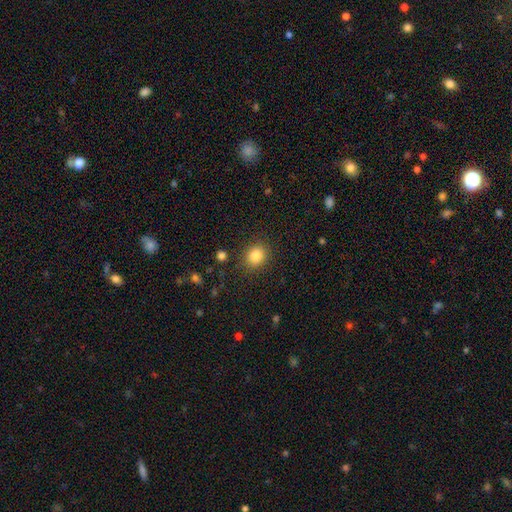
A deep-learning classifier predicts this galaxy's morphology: Q: Smooth or featured?
A: smooth (85%); runner-up: star or artifact (10%)
Q: How rounded?
A: round (74%); runner-up: in between (25%)
Q: Merging?
A: none (86%); runner-up: minor disturbance (9%)